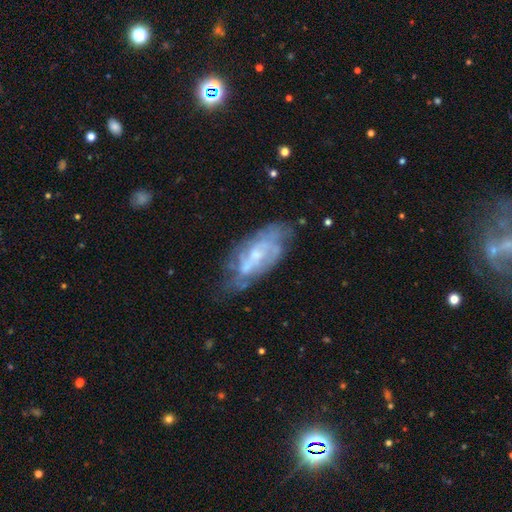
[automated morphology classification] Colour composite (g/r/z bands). It shows a featured or disk galaxy (71%) with no bar (56%), spiral arms (72%) and a small central bulge (55%). Merging: none (62%).